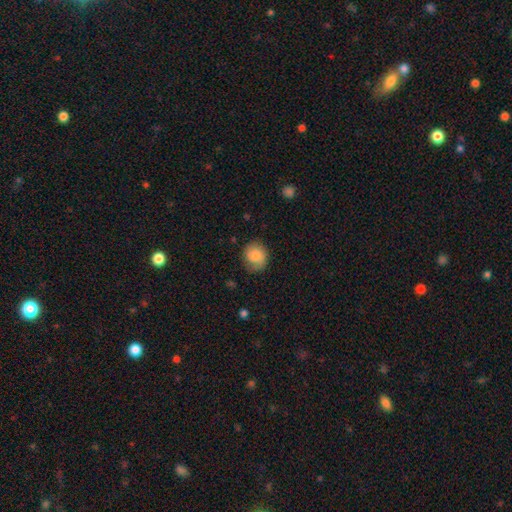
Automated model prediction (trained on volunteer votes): Smooth or featured?
  - smooth: 78% *
  - featured or disk: 14%
  - star or artifact: 8%
How rounded?
  - round: 78% *
  - in between: 21%
  - cigar-shaped: 1%
Merging?
  - none: 71% *
  - minor disturbance: 21%
  - major disturbance: 6%
  - merger: 1%